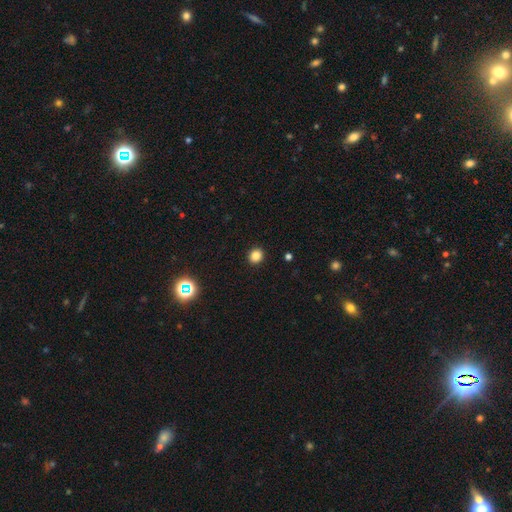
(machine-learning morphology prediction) Smooth or featured: smooth — 84% (star or artifact — 12%)
How rounded: round — 79% (in between — 20%)
Merging: none — 92% (minor disturbance — 5%)